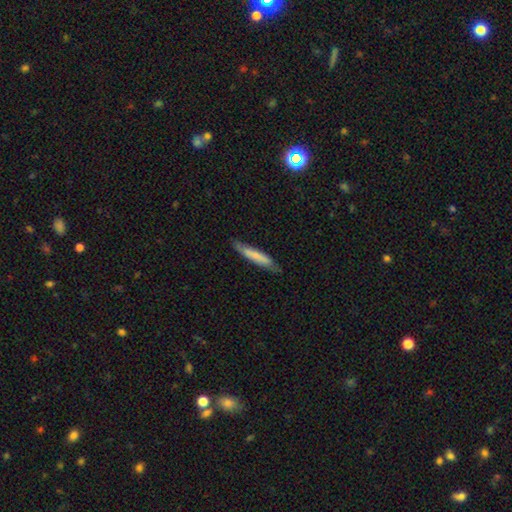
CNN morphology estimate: Q: Smooth or featured?
A: smooth (72%); runner-up: featured or disk (23%)
Q: How rounded?
A: cigar-shaped (91%); runner-up: in between (8%)
Q: Merging?
A: none (77%); runner-up: minor disturbance (19%)